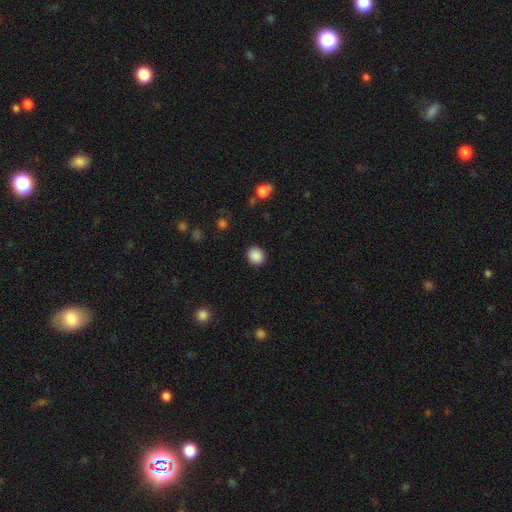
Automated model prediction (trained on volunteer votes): A smooth galaxy with no disk features (88%) that is round (86%).

Vote fractions:
- Smooth or featured? smooth: 88% / star or artifact: 9% / featured or disk: 3%
- How rounded? round: 86% / in between: 14% / cigar-shaped: 1%
- Merging? none: 91% / minor disturbance: 6% / major disturbance: 2% / merger: 1%